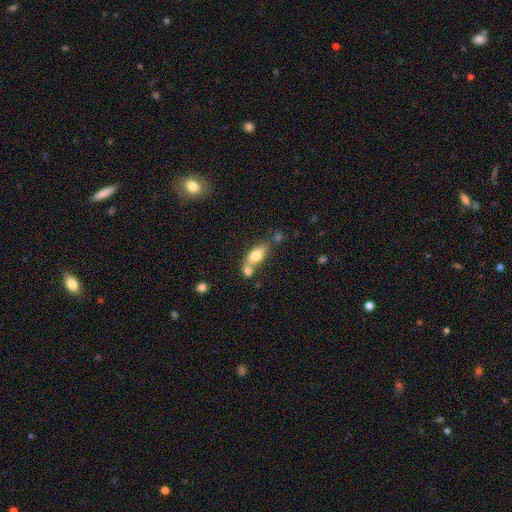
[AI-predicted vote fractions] A smooth galaxy with no disk features (73%) that is in between round and cigar-shaped (77%). Merging: merger (45%).